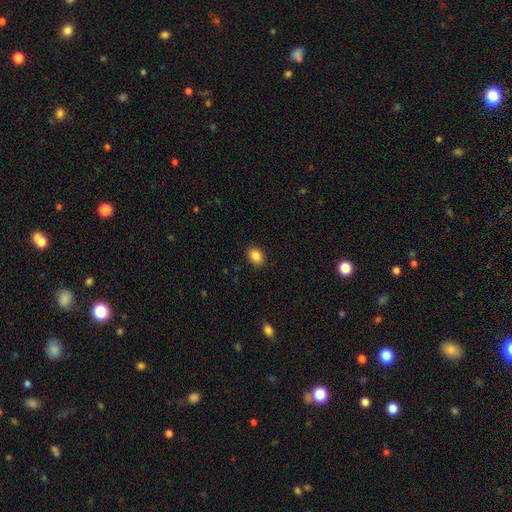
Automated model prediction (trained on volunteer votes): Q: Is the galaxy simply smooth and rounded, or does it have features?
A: smooth — 86%.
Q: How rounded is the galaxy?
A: in between — 63%.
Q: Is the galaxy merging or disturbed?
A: none — 89%.